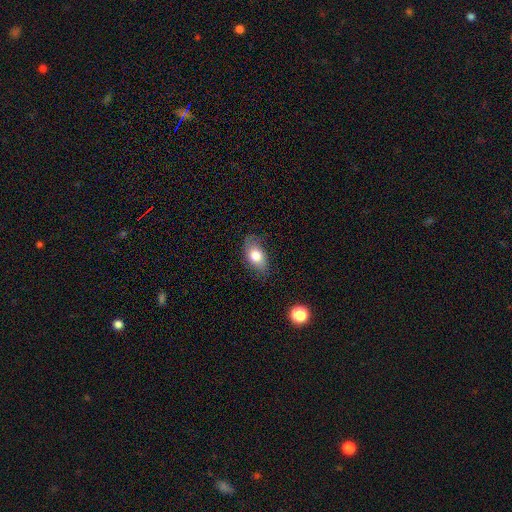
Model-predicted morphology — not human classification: Smooth or featured: smooth — 75% (featured or disk — 17%)
How rounded: in between — 88% (round — 9%)
Merging: none — 71% (minor disturbance — 22%)